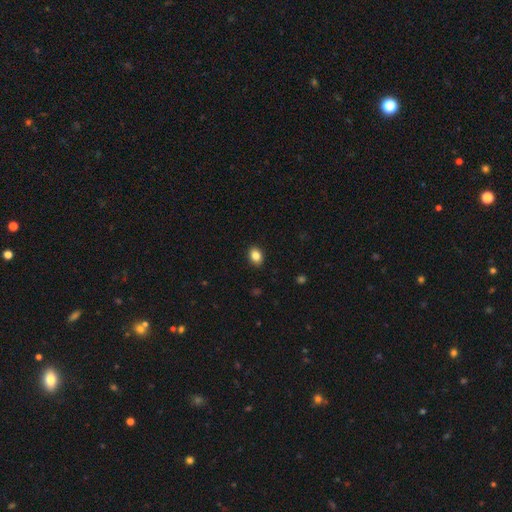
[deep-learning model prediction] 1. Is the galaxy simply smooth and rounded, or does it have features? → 86% smooth, 9% star or artifact, 6% featured or disk.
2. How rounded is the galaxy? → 72% in between, 27% round, 1% cigar-shaped.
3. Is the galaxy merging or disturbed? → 90% none, 7% minor disturbance, 2% major disturbance, 1% merger.